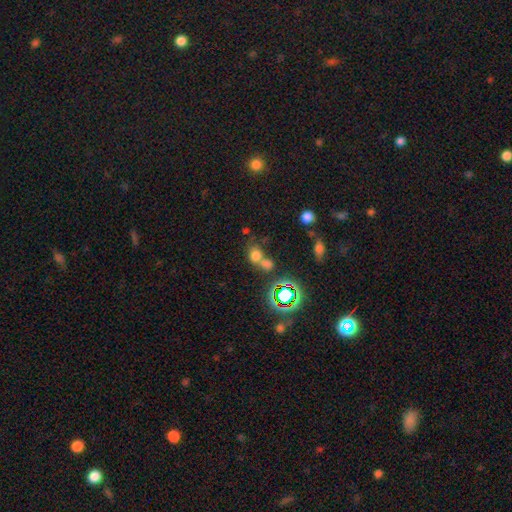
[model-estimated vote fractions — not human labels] A smooth galaxy with no disk features (66%) that is round (60%). Merging: merger (47%).